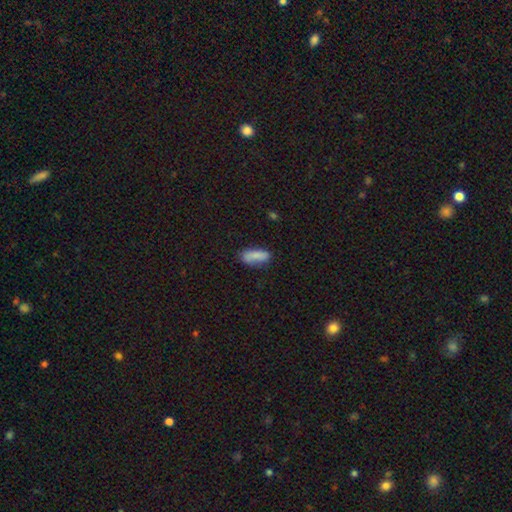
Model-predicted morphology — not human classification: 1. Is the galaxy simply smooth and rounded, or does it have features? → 83% smooth, 9% featured or disk, 8% star or artifact.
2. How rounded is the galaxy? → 71% in between, 26% cigar-shaped, 3% round.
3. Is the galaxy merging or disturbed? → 67% none, 23% minor disturbance, 6% major disturbance, 4% merger.